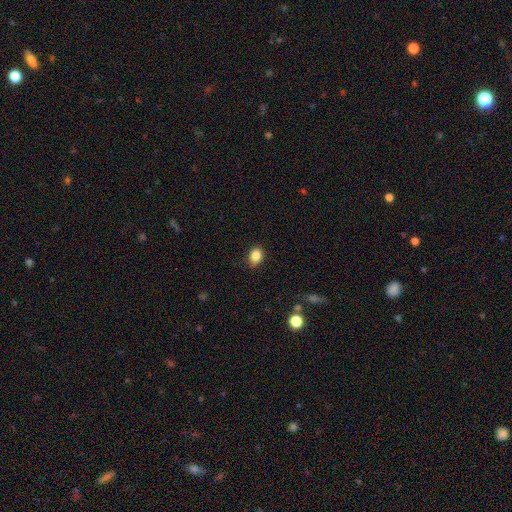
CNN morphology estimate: Smooth or featured? smooth (86%)
How rounded? in between (62%)
Merging? none (82%)